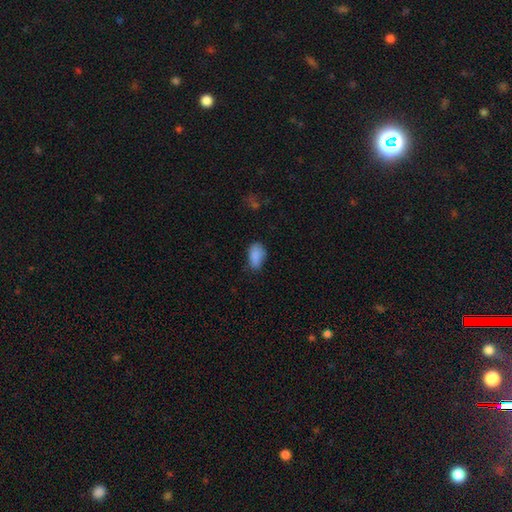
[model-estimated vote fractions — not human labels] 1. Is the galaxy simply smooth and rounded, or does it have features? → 86% smooth, 8% star or artifact, 6% featured or disk.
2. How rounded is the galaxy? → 91% in between, 6% round, 2% cigar-shaped.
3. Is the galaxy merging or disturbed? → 62% none, 30% minor disturbance, 6% major disturbance, 2% merger.